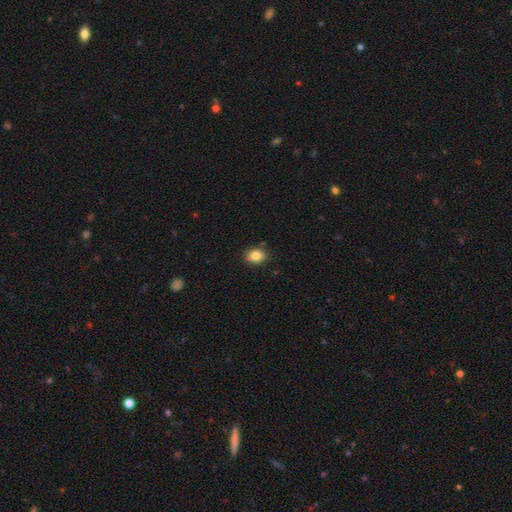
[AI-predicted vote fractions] This appears to be a smooth galaxy with no disk features (85%) that is in between round and cigar-shaped (59%). Merging: none (84%).